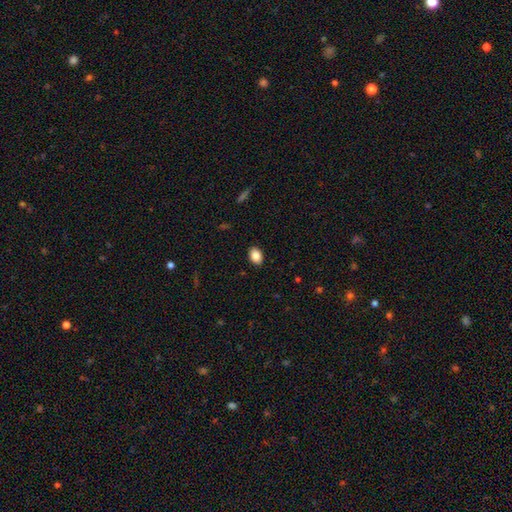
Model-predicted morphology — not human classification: Smooth or featured?
  - smooth: 86% *
  - star or artifact: 8%
  - featured or disk: 6%
How rounded?
  - in between: 81% *
  - round: 18%
  - cigar-shaped: 1%
Merging?
  - none: 89% *
  - minor disturbance: 8%
  - major disturbance: 2%
  - merger: 1%